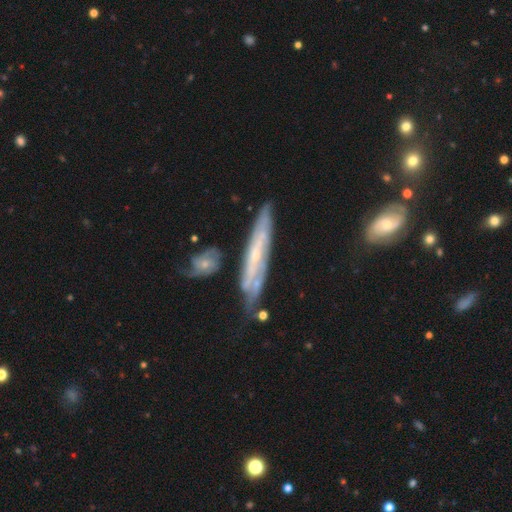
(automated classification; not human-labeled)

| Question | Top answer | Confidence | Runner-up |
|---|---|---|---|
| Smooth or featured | featured or disk | 72% | smooth (21%) |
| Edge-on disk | no | 51% | yes (49%) |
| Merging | none | 66% | minor disturbance (19%) |